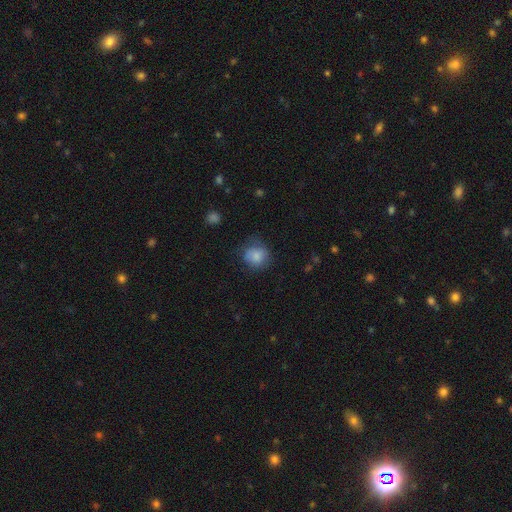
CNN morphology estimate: smooth_or_featured: smooth (p=0.81) [alt: featured or disk p=0.10]
how_rounded: round (p=0.79) [alt: in between p=0.20]
merging: none (p=0.62) [alt: minor disturbance p=0.26]